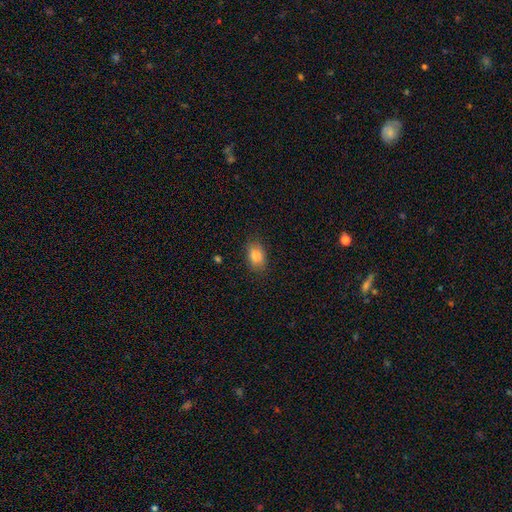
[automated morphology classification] smooth 84%, star or artifact 9%, featured or disk 8%. Down the decision tree: how rounded — in between (80%); merging — none (83%).